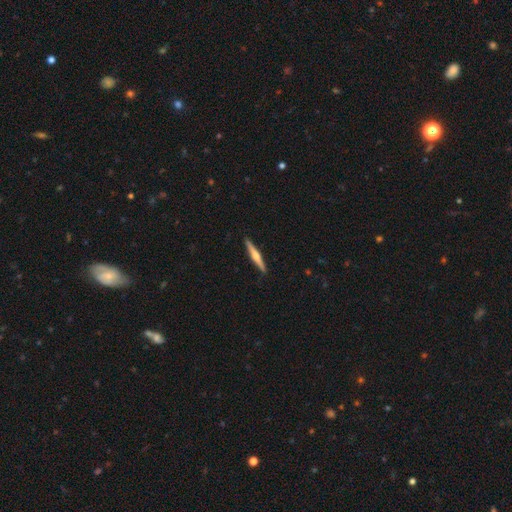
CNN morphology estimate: smooth-or-featured: featured or disk: 64% | smooth: 31% | star or artifact: 5%
  disk-edge-on: yes: 98% | no: 2%
    edge-on-bulge: rounded: 85% | boxy: 8% | none: 7%
  merging: none: 92% | minor disturbance: 6% | major disturbance: 1% | merger: 1%